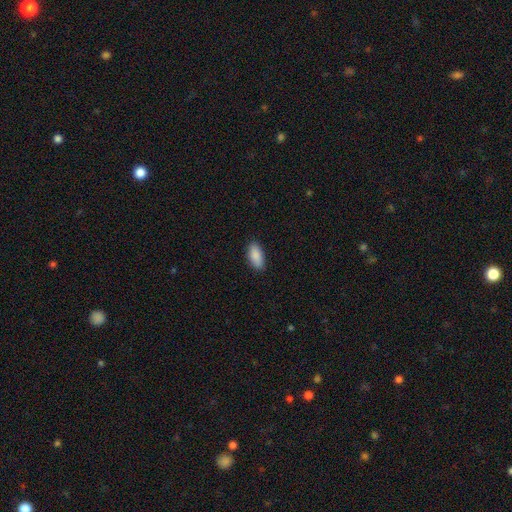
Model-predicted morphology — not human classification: Q: Smooth or featured?
A: smooth (89%); runner-up: star or artifact (6%)
Q: How rounded?
A: in between (90%); runner-up: cigar-shaped (8%)
Q: Merging?
A: none (87%); runner-up: minor disturbance (10%)